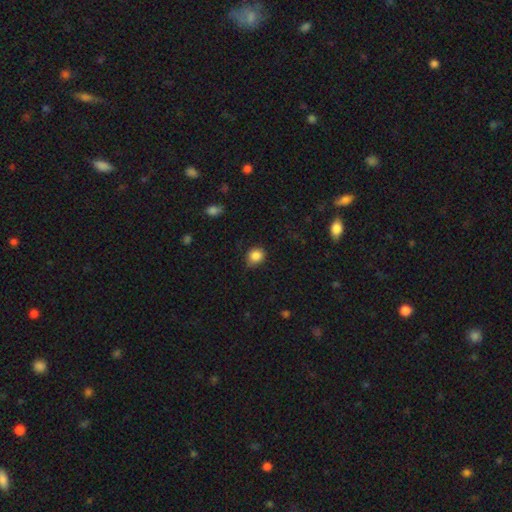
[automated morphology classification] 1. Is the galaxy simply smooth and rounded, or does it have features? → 85% smooth, 10% star or artifact, 4% featured or disk.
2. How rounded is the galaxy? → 74% round, 25% in between, 1% cigar-shaped.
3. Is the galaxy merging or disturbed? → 69% none, 26% minor disturbance, 4% major disturbance, 1% merger.